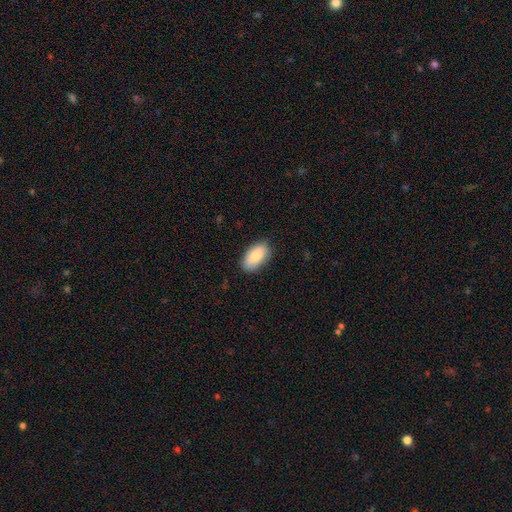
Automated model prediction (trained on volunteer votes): This is clearly a smooth galaxy (85%). How rounded: clearly in between (94%). Merging: clearly none (83%).